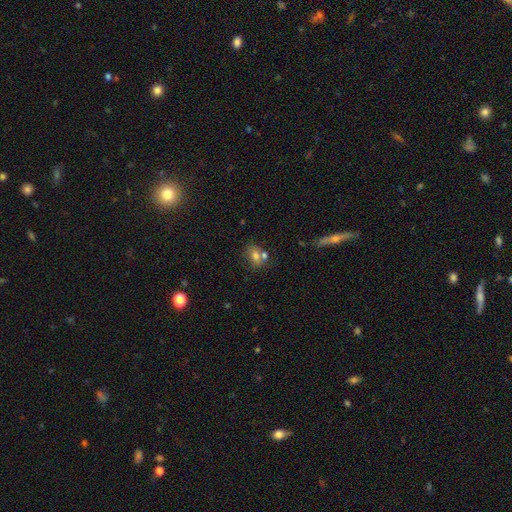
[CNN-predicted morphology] This appears to be a smooth galaxy with no disk features (69%) that is in between round and cigar-shaped (60%). Merging: none (50%).